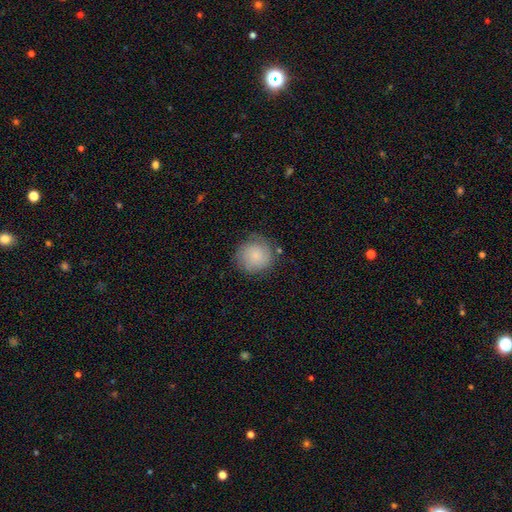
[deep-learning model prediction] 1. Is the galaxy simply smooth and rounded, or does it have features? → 63% smooth, 29% featured or disk, 8% star or artifact.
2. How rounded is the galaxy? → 93% round, 6% in between, 1% cigar-shaped.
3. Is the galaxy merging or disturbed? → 75% none, 17% minor disturbance, 6% major disturbance, 2% merger.